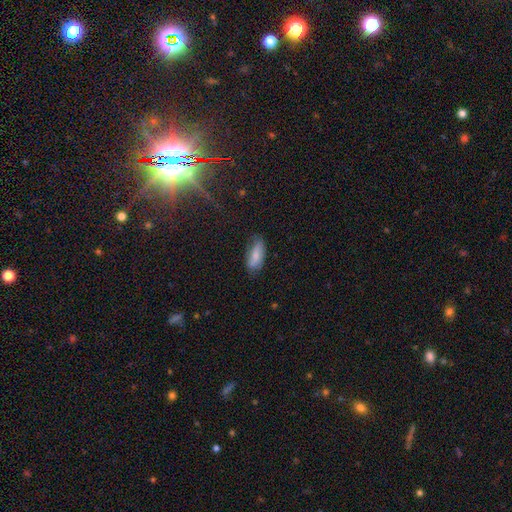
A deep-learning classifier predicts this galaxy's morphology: Smooth or featured? Predicted: smooth (p=0.79). How rounded? Predicted: in between (p=0.81). Merging? Predicted: none (p=0.69).